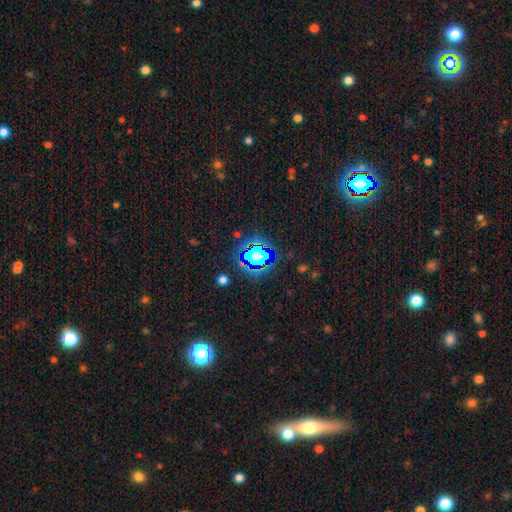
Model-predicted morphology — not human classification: This appears to be a star or artifact, not a galaxy (54%).